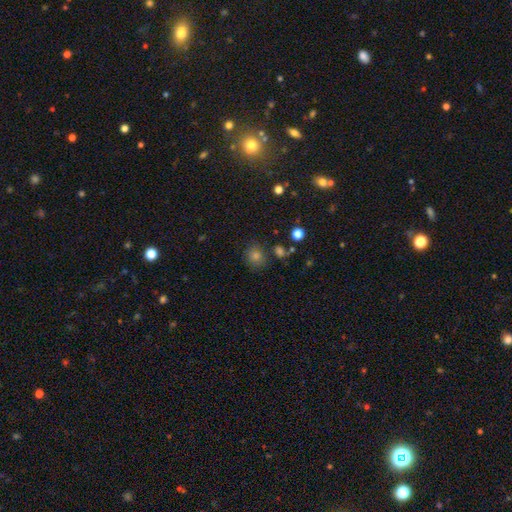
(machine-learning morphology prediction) A smooth galaxy with no disk features (67%) that is round (84%).

Vote fractions:
- Smooth or featured? smooth: 67% / star or artifact: 25% / featured or disk: 8%
- How rounded? round: 84% / in between: 15% / cigar-shaped: 1%
- Merging? none: 82% / minor disturbance: 10% / merger: 5% / major disturbance: 3%